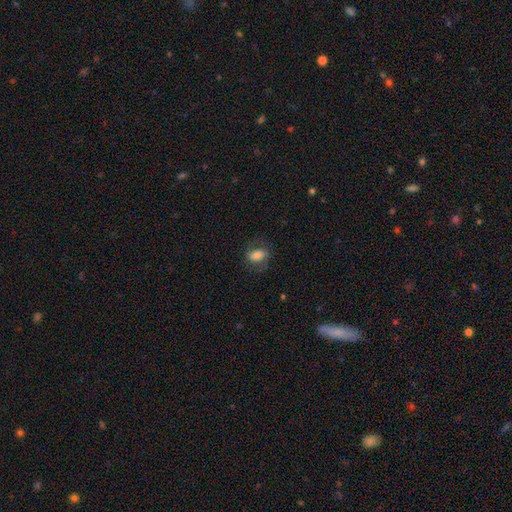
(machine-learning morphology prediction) Smooth or featured: smooth — 66% (featured or disk — 25%)
How rounded: in between — 79% (round — 19%)
Merging: none — 67% (minor disturbance — 19%)